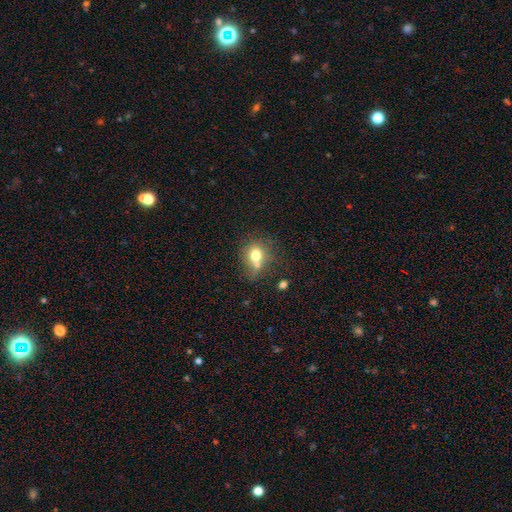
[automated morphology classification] smooth 72%, featured or disk 16%, star or artifact 12%. Down the decision tree: how rounded — round (67%); merging — none (45%).